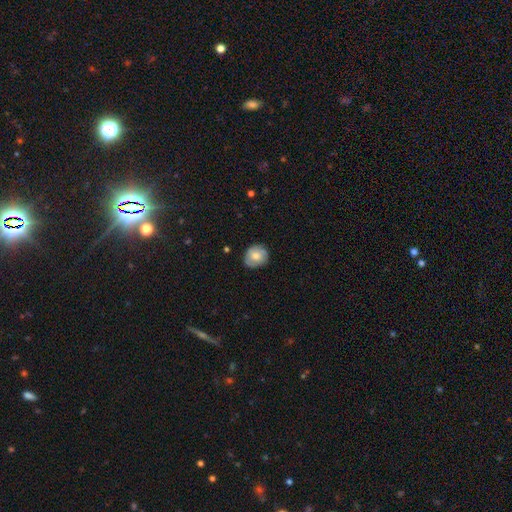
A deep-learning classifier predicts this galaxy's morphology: Smooth or featured? Predicted: smooth (p=0.71). How rounded? Predicted: round (p=0.80). Merging? Predicted: none (p=0.81).